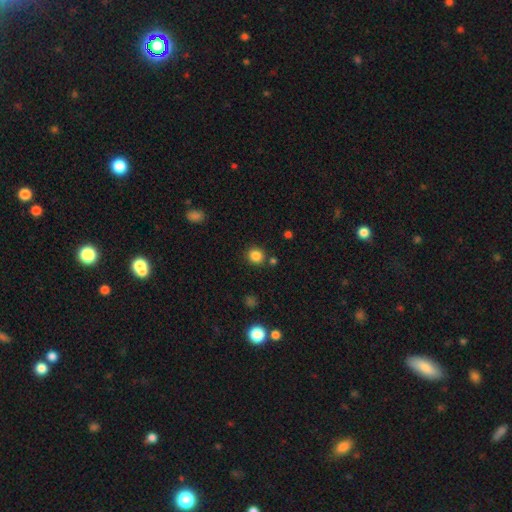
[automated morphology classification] smooth-or-featured: smooth: 84% | star or artifact: 12% | featured or disk: 4%
  how-rounded: round: 89% | in between: 10% | cigar-shaped: 1%
  merging: none: 84% | minor disturbance: 8% | merger: 6% | major disturbance: 3%